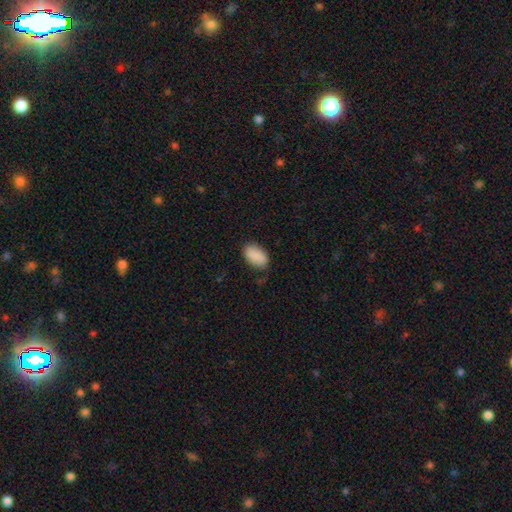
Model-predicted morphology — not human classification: A smooth galaxy with no disk features (90%) that is in between round and cigar-shaped (94%). Merging: none (80%).